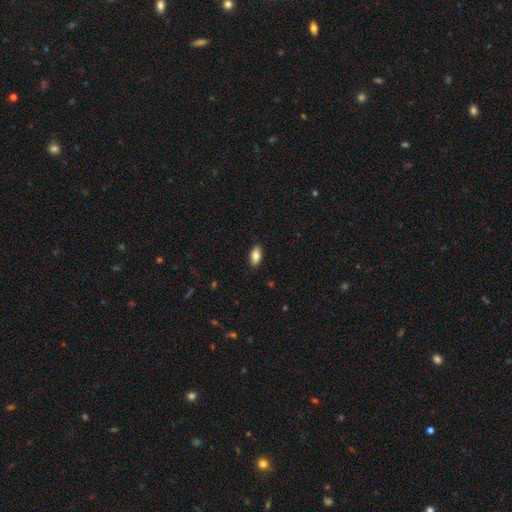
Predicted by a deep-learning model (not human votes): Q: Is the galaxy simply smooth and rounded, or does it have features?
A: smooth — 85%.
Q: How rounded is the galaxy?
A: in between — 92%.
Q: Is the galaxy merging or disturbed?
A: none — 88%.